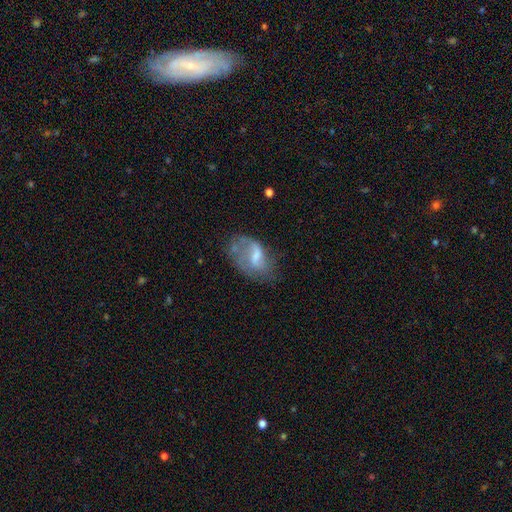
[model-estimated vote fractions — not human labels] Smooth or featured?
  - featured or disk: 56% *
  - smooth: 35%
  - star or artifact: 9%
Edge-on disk?
  - no: 96% *
  - yes: 4%
Bar?
  - weak: 50% *
  - no: 33%
  - strong: 17%
Spiral arms?
  - yes: 62% *
  - no: 38%
Bulge size?
  - moderate: 38% *
  - small: 32%
  - none: 22%
  - large: 6%
  - dominant: 1%
Merging?
  - none: 41% *
  - minor disturbance: 27%
  - major disturbance: 27%
  - merger: 5%